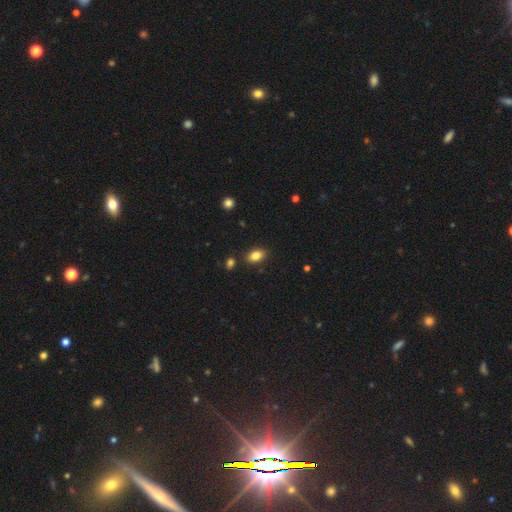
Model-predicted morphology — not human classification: Smooth or featured: smooth — 84% (star or artifact — 9%)
How rounded: in between — 88% (round — 10%)
Merging: none — 84% (minor disturbance — 10%)